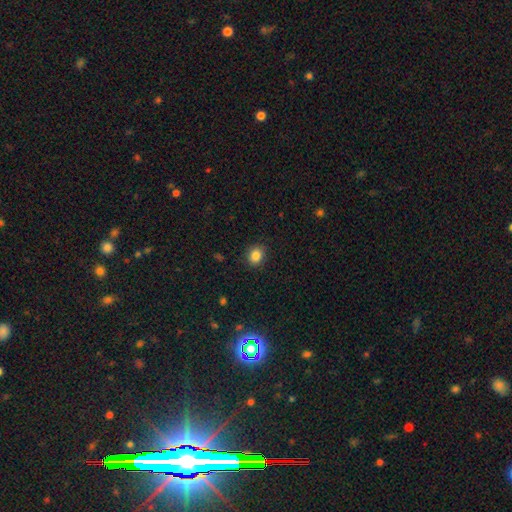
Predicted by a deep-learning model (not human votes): A smooth galaxy with no disk features (84%) that is round (65%). Merging: none (88%).